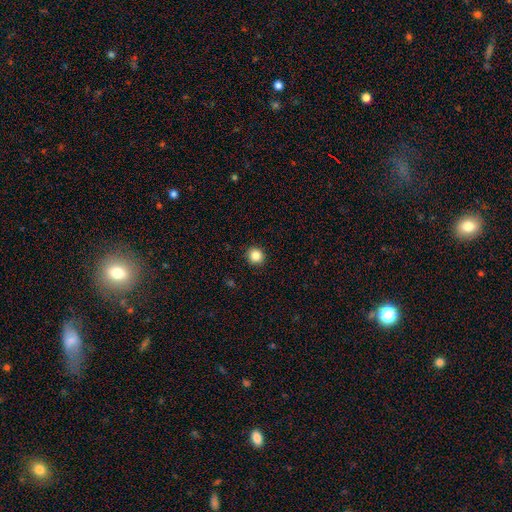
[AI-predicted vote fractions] Smooth or featured? Predicted: smooth (p=0.85). How rounded? Predicted: round (p=0.90). Merging? Predicted: none (p=0.91).